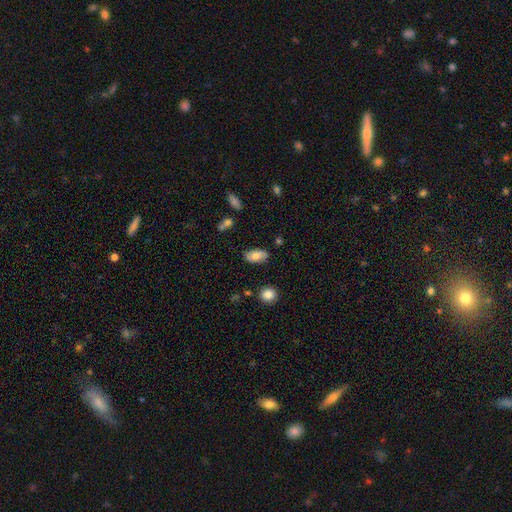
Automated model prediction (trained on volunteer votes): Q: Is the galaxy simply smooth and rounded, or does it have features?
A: smooth — 75%.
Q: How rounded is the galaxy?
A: in between — 92%.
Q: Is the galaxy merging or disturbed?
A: none — 81%.